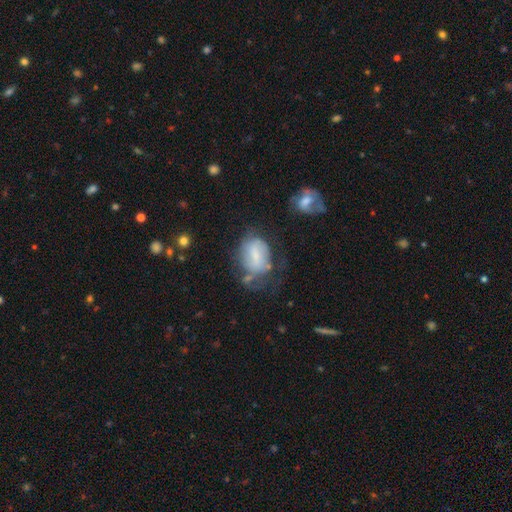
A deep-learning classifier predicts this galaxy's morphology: Smooth or featured? smooth (53%)
How rounded? in between (77%)
Merging? none (37%)